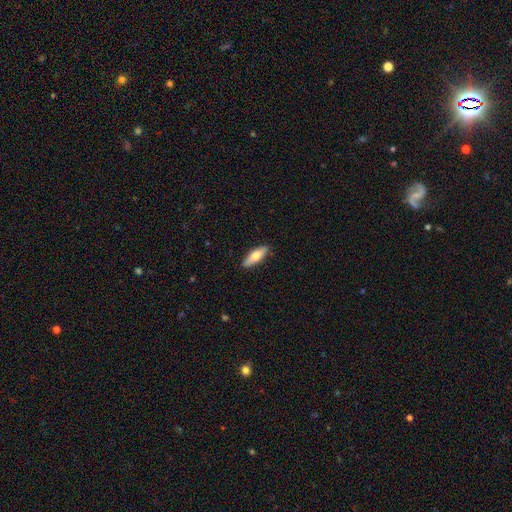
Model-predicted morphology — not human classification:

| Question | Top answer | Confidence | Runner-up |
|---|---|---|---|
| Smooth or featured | smooth | 65% | featured or disk (29%) |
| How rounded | in between | 51% | cigar-shaped (47%) |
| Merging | none | 88% | minor disturbance (9%) |